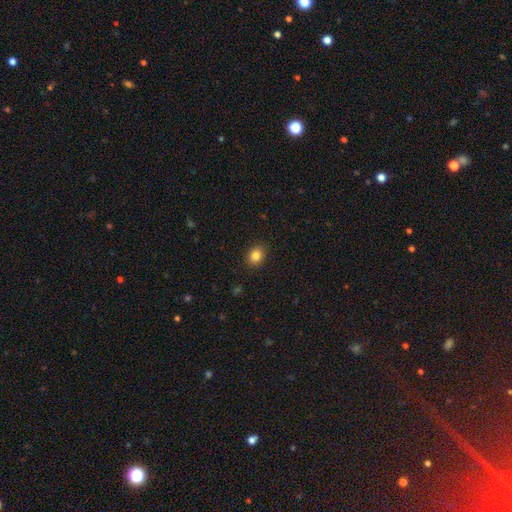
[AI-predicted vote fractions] A smooth galaxy with no disk features (84%) that is round (50%).

Vote fractions:
- Smooth or featured? smooth: 84% / star or artifact: 10% / featured or disk: 6%
- How rounded? round: 50% / in between: 49% / cigar-shaped: 1%
- Merging? none: 88% / minor disturbance: 9% / major disturbance: 2% / merger: 1%